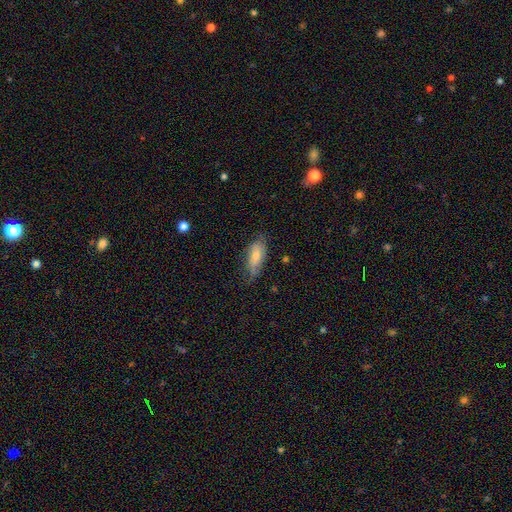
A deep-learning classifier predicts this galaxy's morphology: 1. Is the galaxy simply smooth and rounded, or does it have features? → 60% smooth, 33% featured or disk, 8% star or artifact.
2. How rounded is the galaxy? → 71% in between, 27% cigar-shaped, 3% round.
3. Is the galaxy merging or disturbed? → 68% none, 24% minor disturbance, 6% major disturbance, 1% merger.